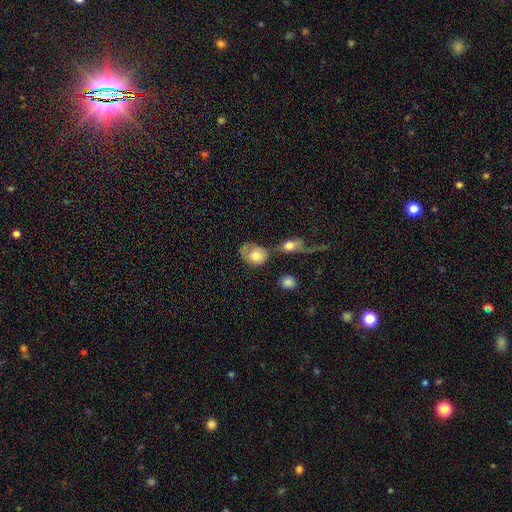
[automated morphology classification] smooth 66%, featured or disk 27%, star or artifact 7%. Down the decision tree: how rounded — in between (59%); merging — merger (29%).